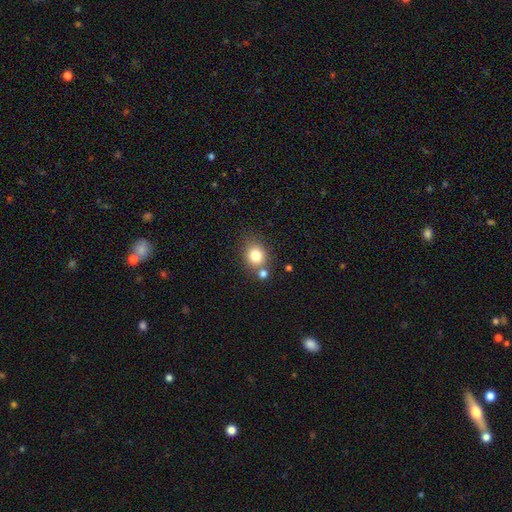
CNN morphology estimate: Q: Smooth or featured?
A: smooth (80%); runner-up: star or artifact (11%)
Q: How rounded?
A: round (68%); runner-up: in between (31%)
Q: Merging?
A: none (68%); runner-up: merger (17%)